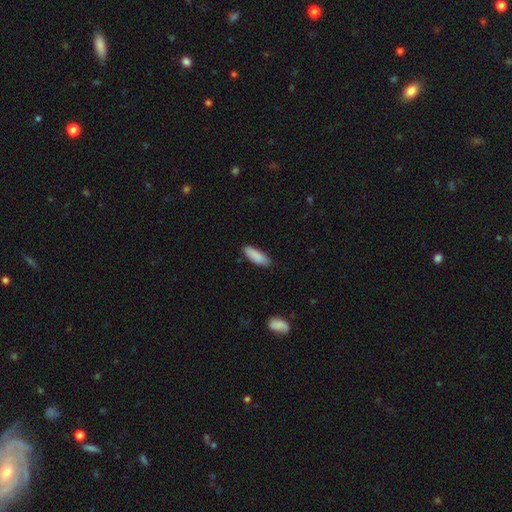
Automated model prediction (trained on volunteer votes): Smooth or featured? Predicted: smooth (p=0.89). How rounded? Predicted: in between (p=0.61). Merging? Predicted: none (p=0.83).